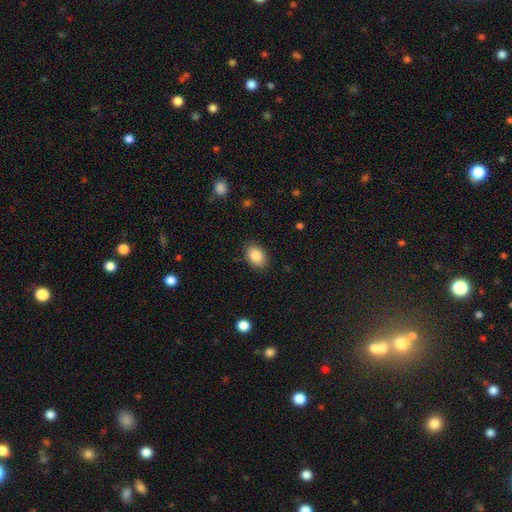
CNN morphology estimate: Q: Smooth or featured?
A: smooth (86%); runner-up: star or artifact (8%)
Q: How rounded?
A: in between (81%); runner-up: round (18%)
Q: Merging?
A: none (87%); runner-up: minor disturbance (10%)